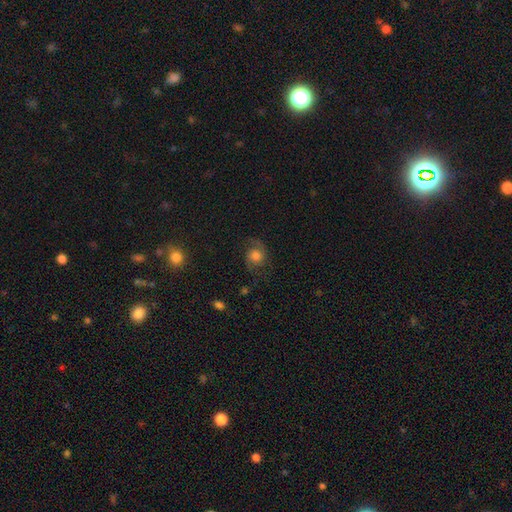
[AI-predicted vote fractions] This appears to be a featured or disk galaxy (58%) with no bar (75%), 2 (88%) medium (45%) spiral arms (93%) and a moderate central bulge (43%). Merging: none (70%).